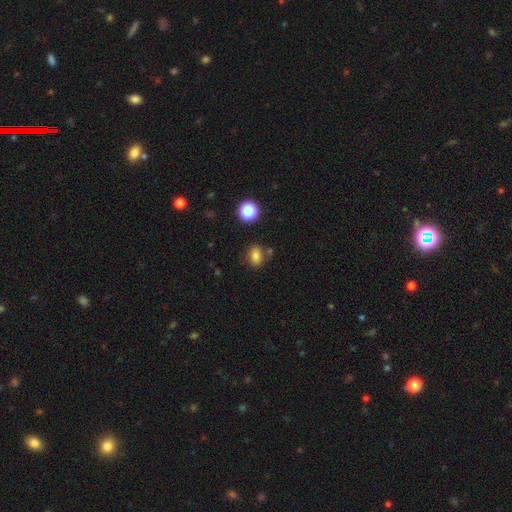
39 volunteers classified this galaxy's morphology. Volunteers were most divided on "how rounded": in between: 62%, round: 38%, cigar-shaped: 0%. More confident: smooth or featured — smooth (74%); merging — none (65%).